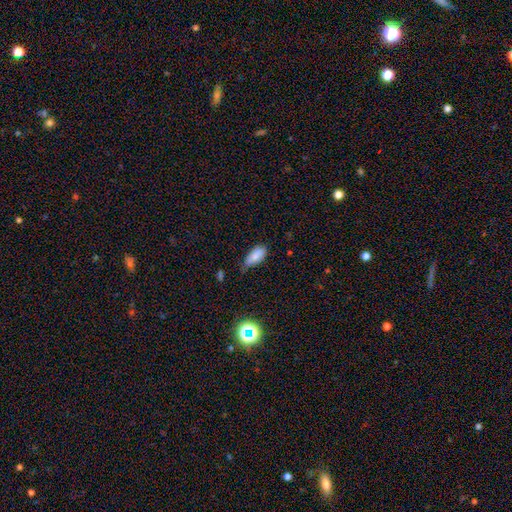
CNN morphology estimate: smooth-or-featured: smooth: 82% | star or artifact: 9% | featured or disk: 9%
  how-rounded: in between: 88% | cigar-shaped: 10% | round: 3%
  merging: none: 53% | minor disturbance: 38% | major disturbance: 7% | merger: 2%